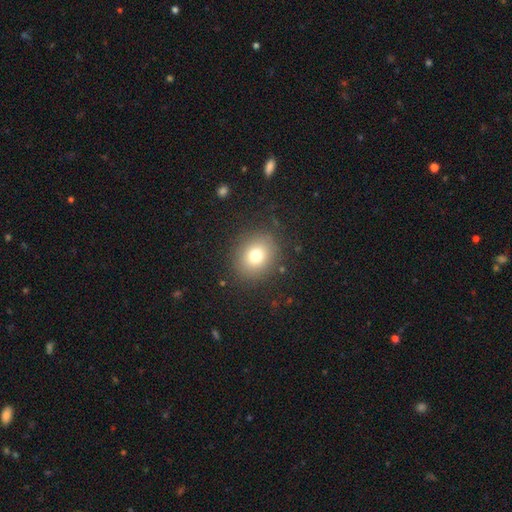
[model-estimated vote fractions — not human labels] Smooth or featured? Predicted: smooth (p=0.76). How rounded? Predicted: round (p=0.66). Merging? Predicted: none (p=0.86).